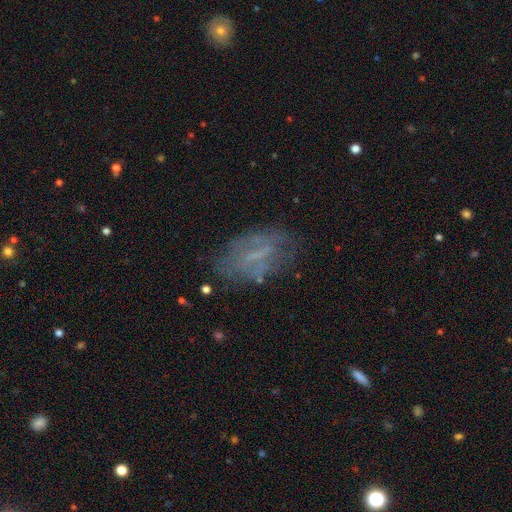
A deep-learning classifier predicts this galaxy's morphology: Overall: featured or disk (53%; smooth 33%). Edge-on disk: no (91%). Merging: none (62%).